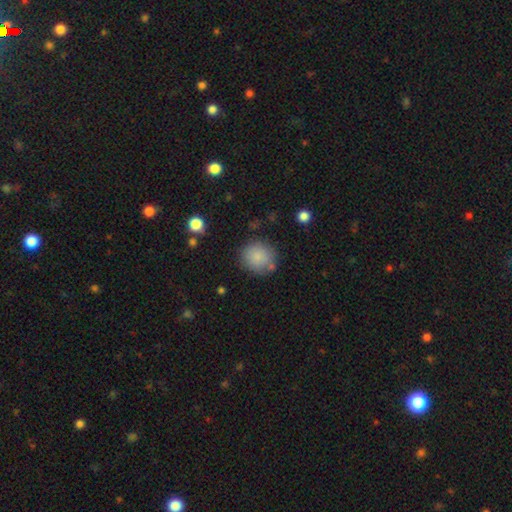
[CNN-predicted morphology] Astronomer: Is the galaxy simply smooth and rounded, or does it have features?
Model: smooth — 85%.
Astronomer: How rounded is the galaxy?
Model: round — 86%.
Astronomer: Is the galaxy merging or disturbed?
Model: none — 77%.